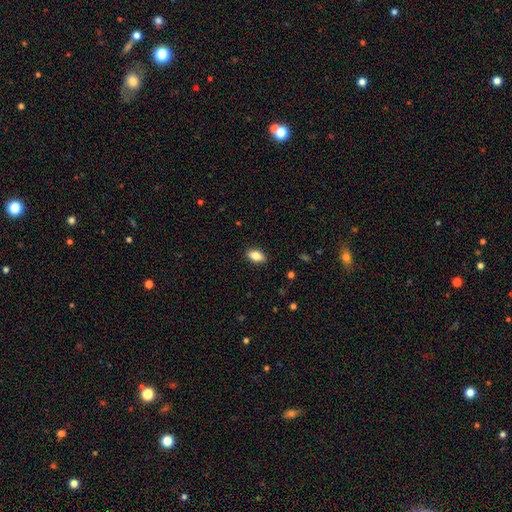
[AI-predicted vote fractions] Smooth or featured? Predicted: smooth (p=0.84). How rounded? Predicted: in between (p=0.90). Merging? Predicted: none (p=0.89).